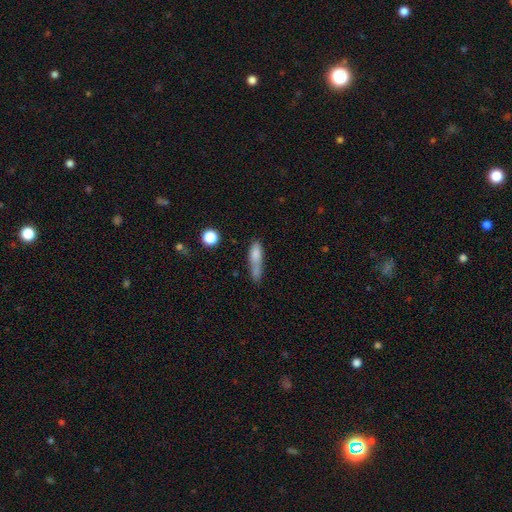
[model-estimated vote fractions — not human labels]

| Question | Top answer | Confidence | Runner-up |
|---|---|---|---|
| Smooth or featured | smooth | 75% | featured or disk (16%) |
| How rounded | cigar-shaped | 58% | in between (38%) |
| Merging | none | 37% | minor disturbance (26%) |